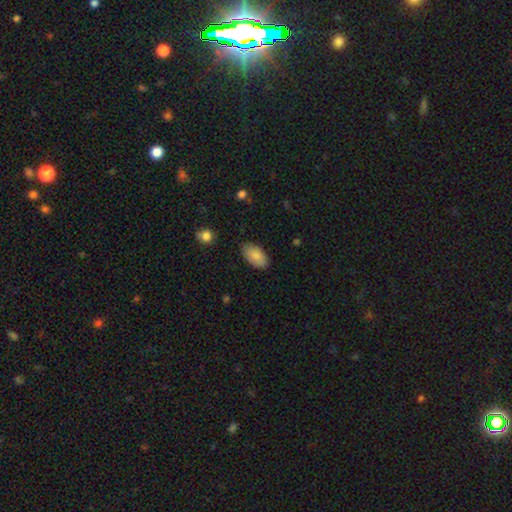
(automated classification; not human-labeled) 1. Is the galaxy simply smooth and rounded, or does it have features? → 87% smooth, 6% star or artifact, 6% featured or disk.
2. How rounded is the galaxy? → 95% in between, 3% round, 2% cigar-shaped.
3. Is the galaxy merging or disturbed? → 84% none, 12% minor disturbance, 3% major disturbance, 1% merger.